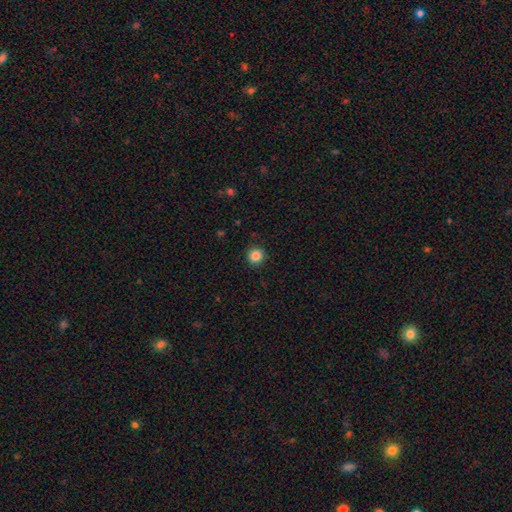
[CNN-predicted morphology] type=smooth (86%); roundness=round (95%); merging=none (91%).